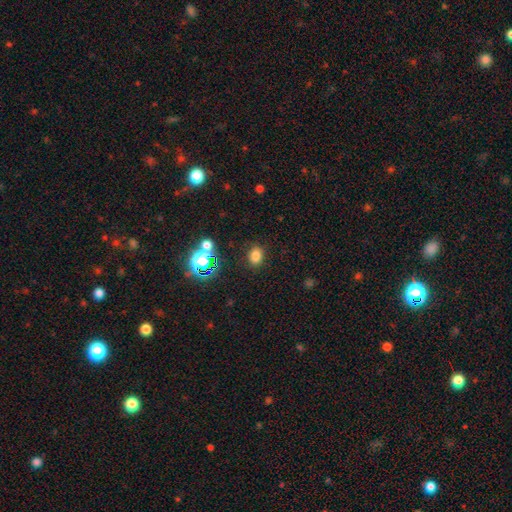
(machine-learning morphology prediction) Smooth or featured? Predicted: smooth (p=0.77). How rounded? Predicted: in between (p=0.60). Merging? Predicted: none (p=0.85).